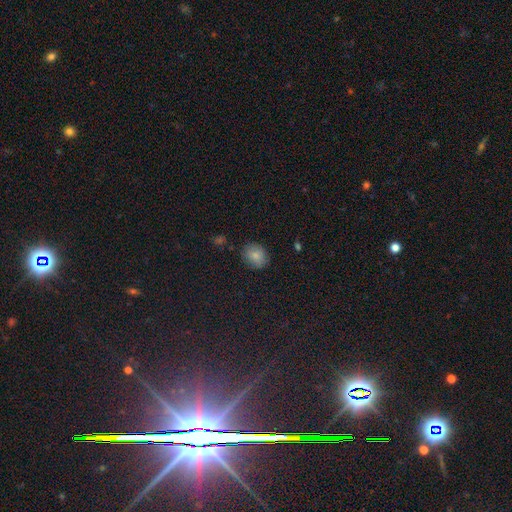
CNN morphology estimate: smooth-or-featured: smooth: 82% | star or artifact: 10% | featured or disk: 8%
  how-rounded: round: 58% | in between: 41% | cigar-shaped: 1%
  merging: none: 82% | minor disturbance: 14% | major disturbance: 3% | merger: 1%